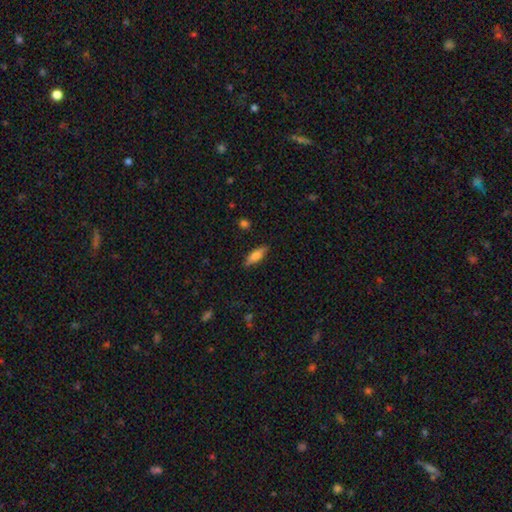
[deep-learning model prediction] smooth_or_featured: smooth (p=0.75) [alt: featured or disk p=0.18]
how_rounded: in between (p=0.60) [alt: cigar-shaped p=0.38]
merging: none (p=0.84) [alt: minor disturbance p=0.12]